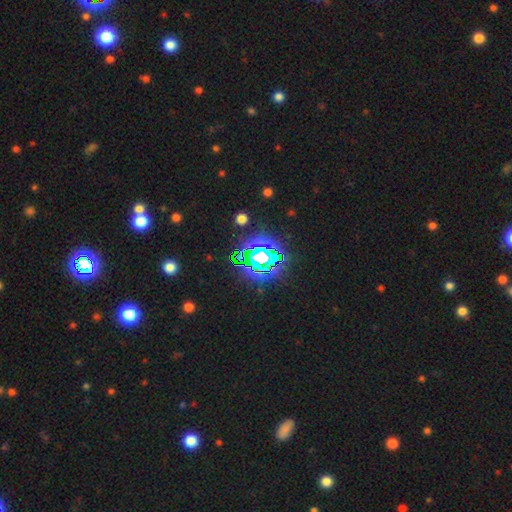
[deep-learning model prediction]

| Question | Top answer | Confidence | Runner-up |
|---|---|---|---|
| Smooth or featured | star or artifact | 75% | smooth (13%) |